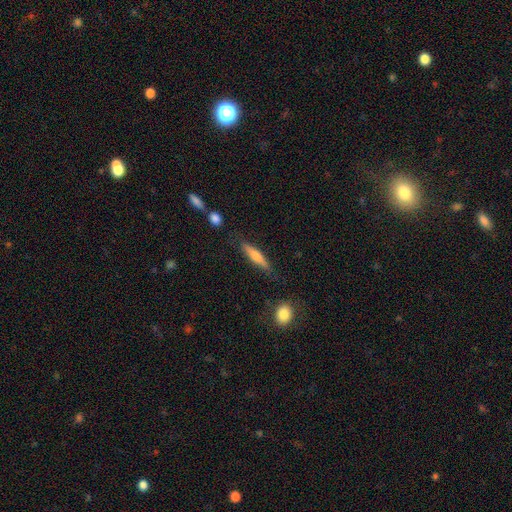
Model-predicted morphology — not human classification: The model was most divided on "smooth or featured": smooth: 51%, featured or disk: 42%, star or artifact: 7%. More confident: how rounded — cigar-shaped (85%); merging — none (82%).